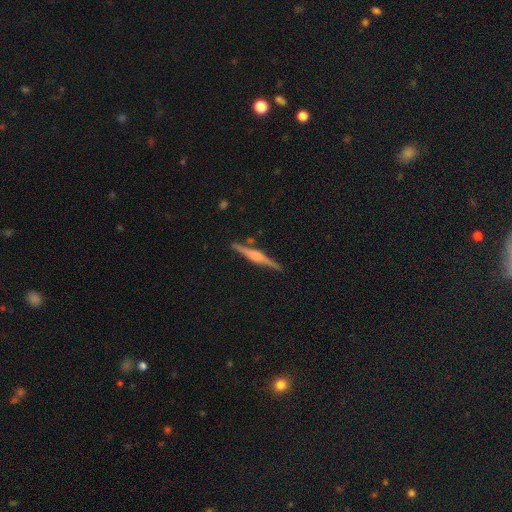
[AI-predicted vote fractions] Smooth or featured? featured or disk (77%)
Edge-on disk? yes (98%)
Edge-on bulge? rounded (71%)
Merging? none (89%)